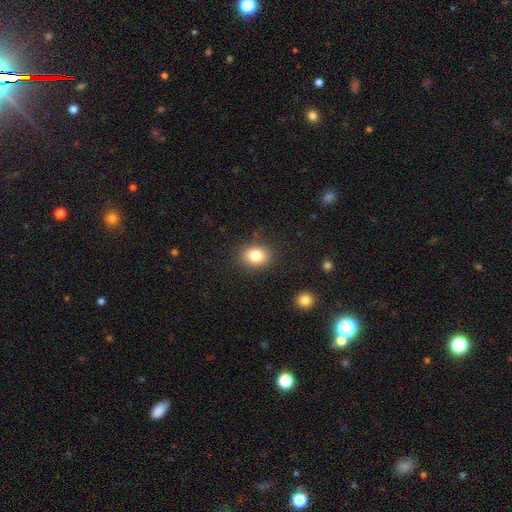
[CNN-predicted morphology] smooth_or_featured: smooth (p=0.82) [alt: star or artifact p=0.10]
how_rounded: in between (p=0.52) [alt: round p=0.48]
merging: none (p=0.86) [alt: minor disturbance p=0.09]